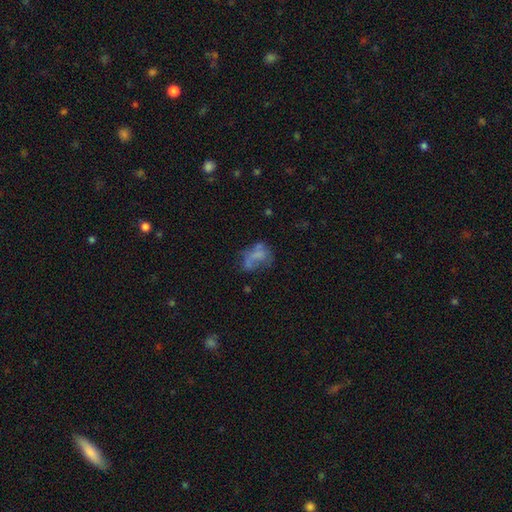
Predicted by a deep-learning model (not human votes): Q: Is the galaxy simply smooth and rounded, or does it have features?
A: smooth — 46%.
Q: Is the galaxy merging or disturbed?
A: none — 33%.